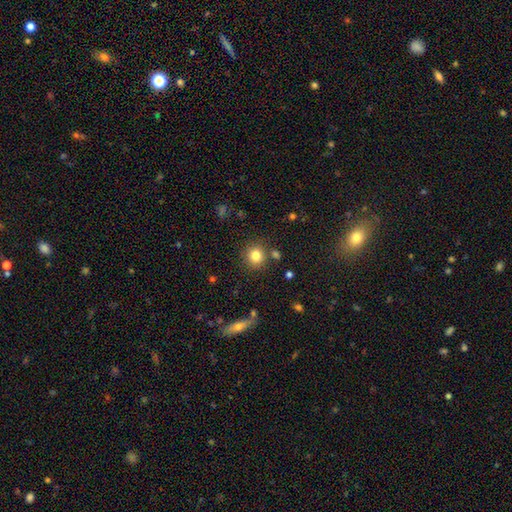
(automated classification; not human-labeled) Smooth or featured? Predicted: smooth (p=0.82). How rounded? Predicted: round (p=0.91). Merging? Predicted: none (p=0.83).